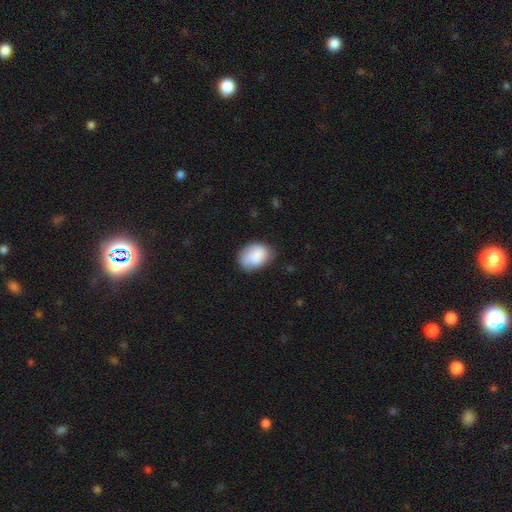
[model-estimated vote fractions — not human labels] Smooth or featured?
  - smooth: 83% *
  - featured or disk: 10%
  - star or artifact: 7%
How rounded?
  - in between: 70% *
  - round: 30%
  - cigar-shaped: 1%
Merging?
  - none: 62% *
  - minor disturbance: 28%
  - major disturbance: 8%
  - merger: 3%